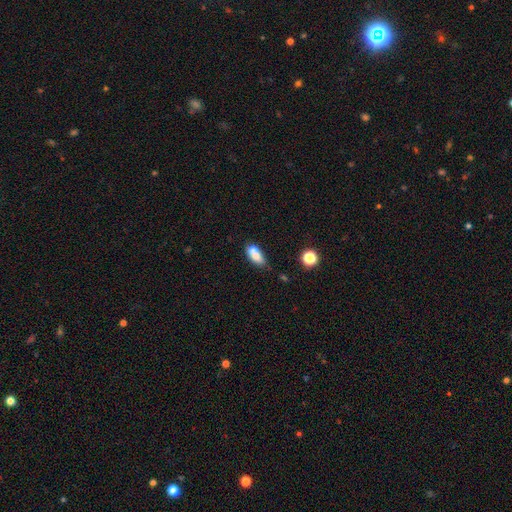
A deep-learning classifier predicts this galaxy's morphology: Smooth or featured? smooth (71%)
How rounded? in between (79%)
Merging? merger (41%)